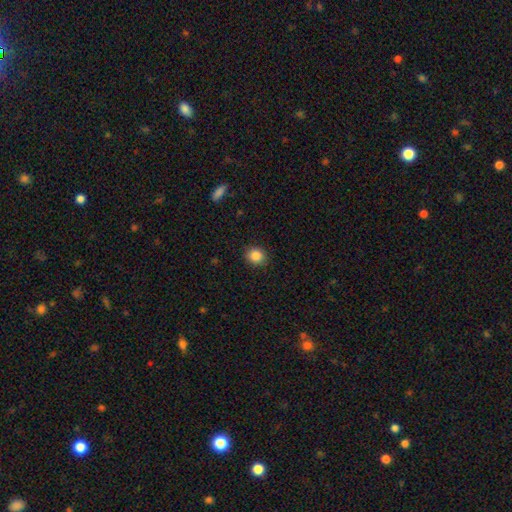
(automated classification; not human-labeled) Overall: smooth (86%). How rounded: round (73%). Merging: none (89%).